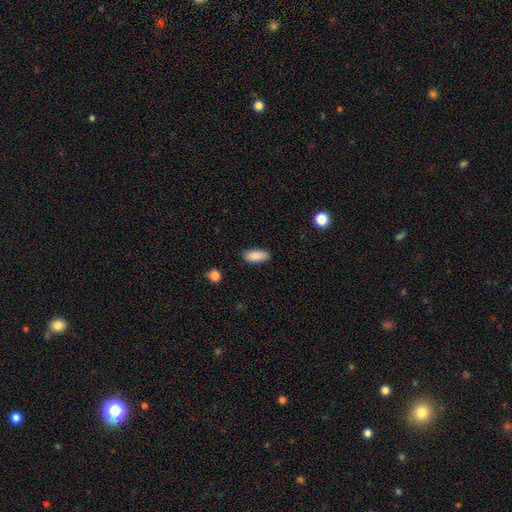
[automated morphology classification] Smooth or featured: smooth — 89% (star or artifact — 7%)
How rounded: in between — 87% (cigar-shaped — 11%)
Merging: none — 86% (minor disturbance — 11%)